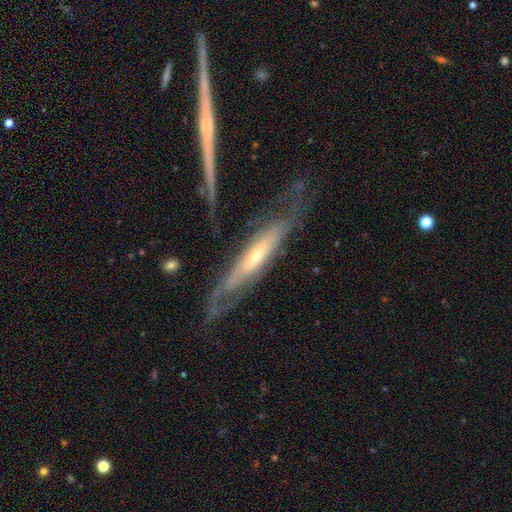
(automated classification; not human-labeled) This appears to be a featured or disk galaxy (77%). Merging: none (58%).